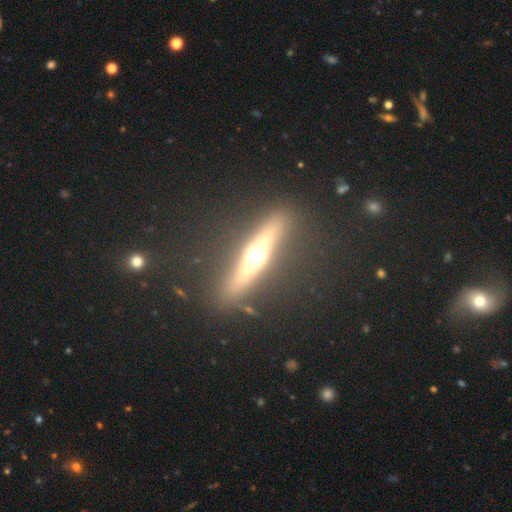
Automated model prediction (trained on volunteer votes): This is likely a featured or disk galaxy (69%). It is clearly viewed edge-on (94%). Edge-on bulge: clearly rounded (95%). Merging: clearly none (86%).